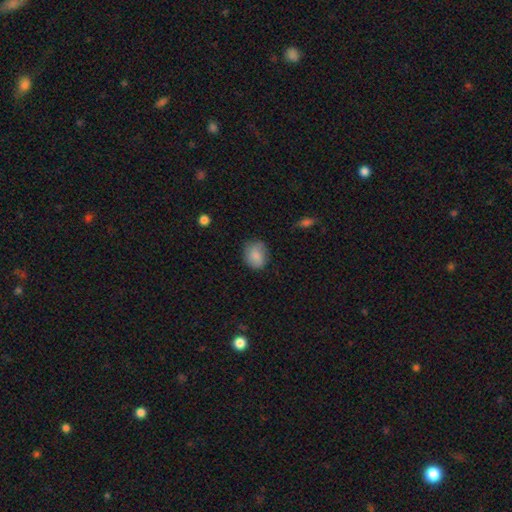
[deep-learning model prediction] smooth-or-featured: smooth: 82% | featured or disk: 10% | star or artifact: 8%
  how-rounded: round: 62% | in between: 37% | cigar-shaped: 1%
  merging: none: 70% | minor disturbance: 23% | major disturbance: 6% | merger: 1%